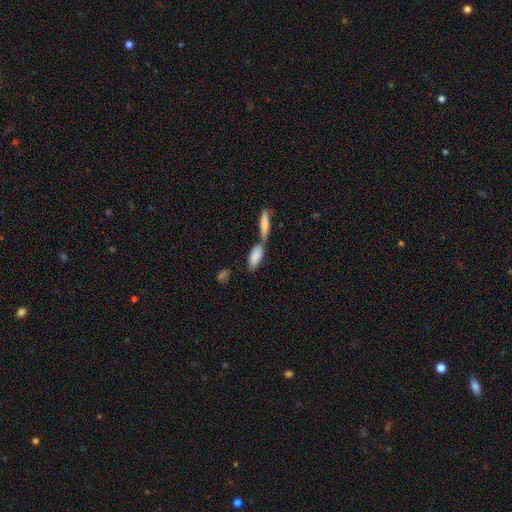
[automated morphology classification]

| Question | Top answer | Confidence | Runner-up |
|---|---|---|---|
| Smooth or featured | smooth | 83% | featured or disk (11%) |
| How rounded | in between | 76% | cigar-shaped (21%) |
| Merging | merger | 52% | none (35%) |